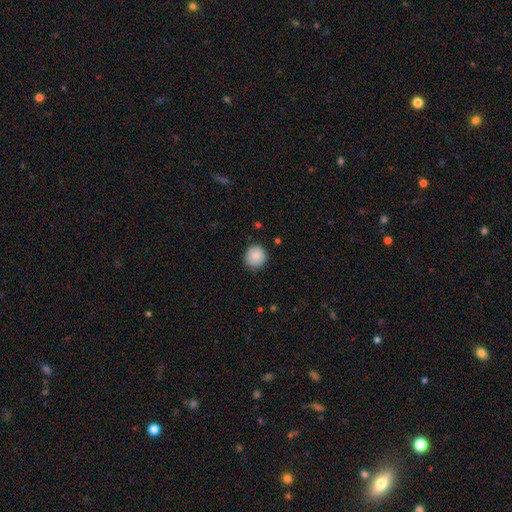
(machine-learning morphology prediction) smooth 85%, star or artifact 7%, featured or disk 7%. Down the decision tree: how rounded — round (91%); merging — none (83%).